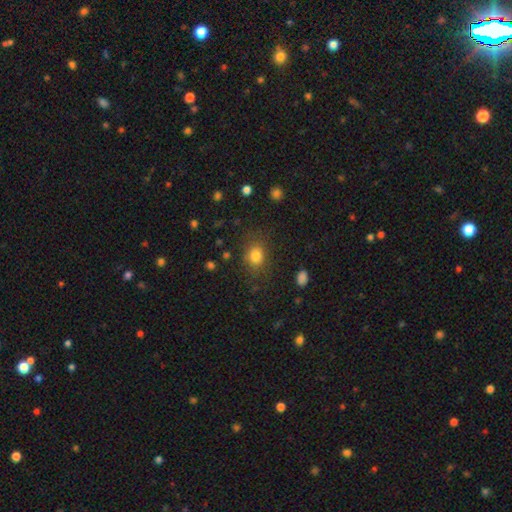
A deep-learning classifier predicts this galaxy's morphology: Smooth or featured?
  - smooth: 80% *
  - star or artifact: 12%
  - featured or disk: 7%
How rounded?
  - round: 52% *
  - in between: 47%
  - cigar-shaped: 1%
Merging?
  - none: 78% *
  - minor disturbance: 14%
  - major disturbance: 6%
  - merger: 2%